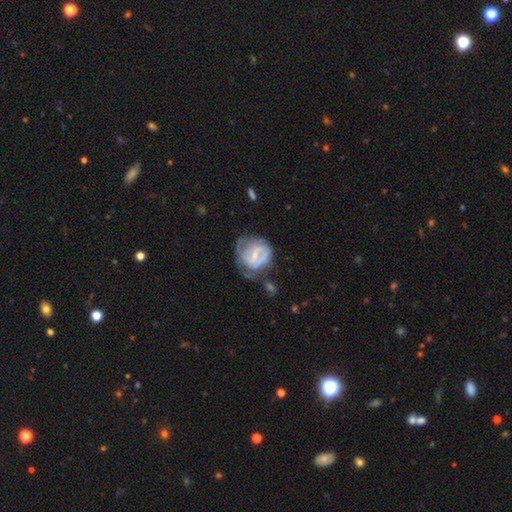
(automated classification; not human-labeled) featured or disk 68%, smooth 26%, star or artifact 7%. Down the decision tree: edge-on disk — no (98%); bar — weak (52%); spiral arms — yes (75%); bulge size — small (56%); merging — none (39%).